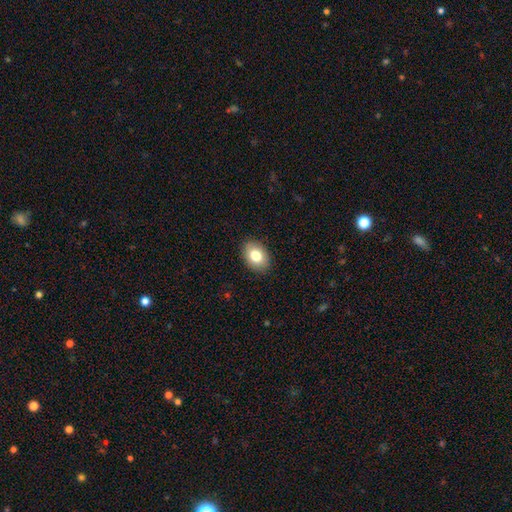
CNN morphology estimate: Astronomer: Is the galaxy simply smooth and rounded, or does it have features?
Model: smooth — 80%.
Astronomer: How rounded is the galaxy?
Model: in between — 74%.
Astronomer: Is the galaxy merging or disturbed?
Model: none — 88%.